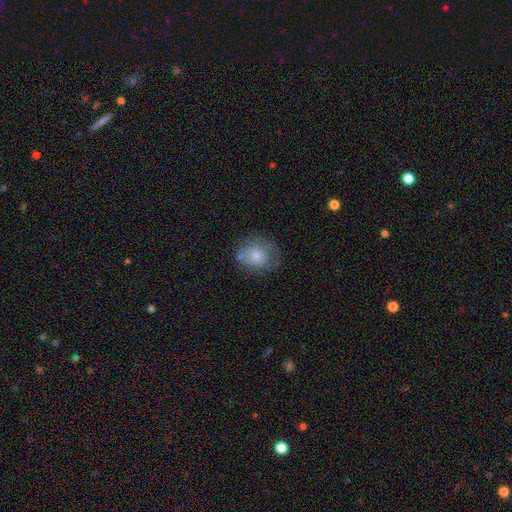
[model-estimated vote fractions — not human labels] smooth_or_featured: smooth (p=0.75) [alt: featured or disk p=0.16]
how_rounded: round (p=0.73) [alt: in between p=0.26]
merging: none (p=0.65) [alt: minor disturbance p=0.22]